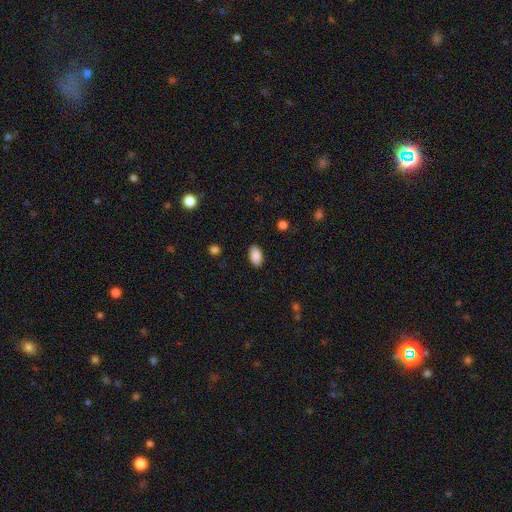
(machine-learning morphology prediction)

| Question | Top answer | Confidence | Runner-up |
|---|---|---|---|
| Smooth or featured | smooth | 89% | star or artifact (7%) |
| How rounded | in between | 94% | round (4%) |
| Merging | none | 88% | minor disturbance (9%) |